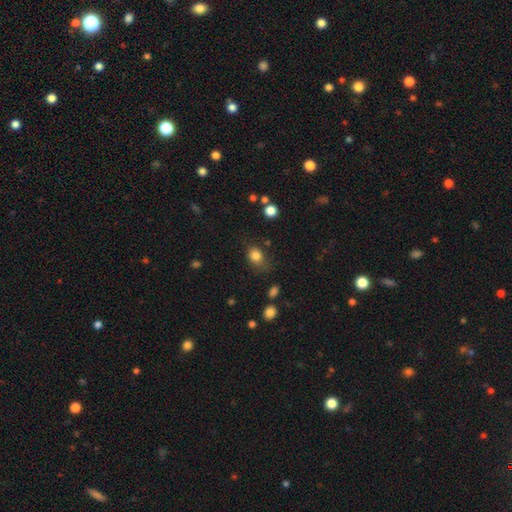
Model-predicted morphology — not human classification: Smooth or featured: smooth — 82% (star or artifact — 11%)
How rounded: in between — 51% (round — 48%)
Merging: none — 61% (minor disturbance — 26%)